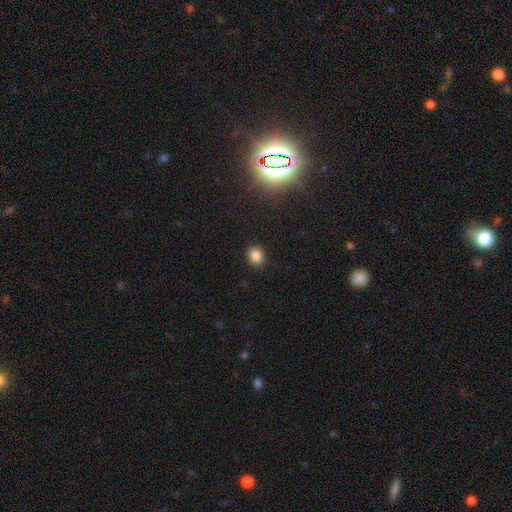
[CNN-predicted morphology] A smooth galaxy with no disk features (85%) that is round (63%).

Vote fractions:
- Smooth or featured? smooth: 85% / star or artifact: 11% / featured or disk: 4%
- How rounded? round: 63% / in between: 36% / cigar-shaped: 1%
- Merging? none: 90% / minor disturbance: 7% / major disturbance: 2% / merger: 1%